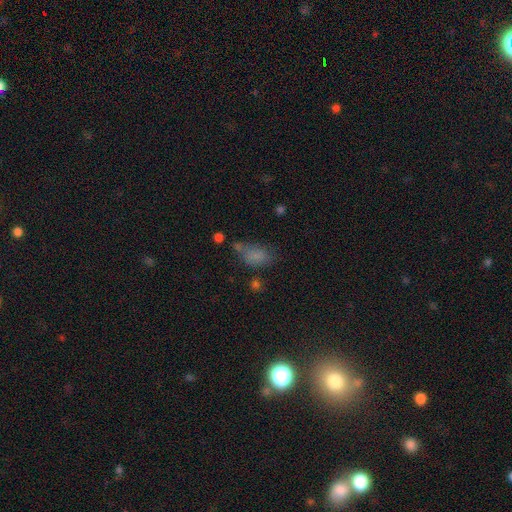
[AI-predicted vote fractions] Smooth or featured: smooth — 76% (star or artifact — 14%)
How rounded: in between — 86% (round — 10%)
Merging: none — 45% (minor disturbance — 25%)